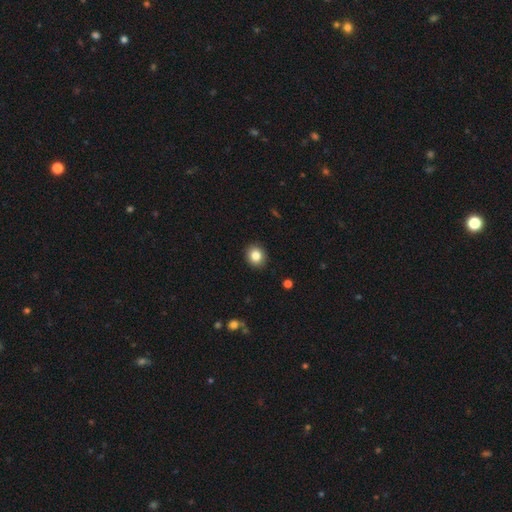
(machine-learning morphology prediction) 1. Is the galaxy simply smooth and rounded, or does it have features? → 84% smooth, 10% star or artifact, 7% featured or disk.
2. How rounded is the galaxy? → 73% round, 26% in between, 1% cigar-shaped.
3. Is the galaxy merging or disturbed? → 91% none, 6% minor disturbance, 2% major disturbance, 1% merger.